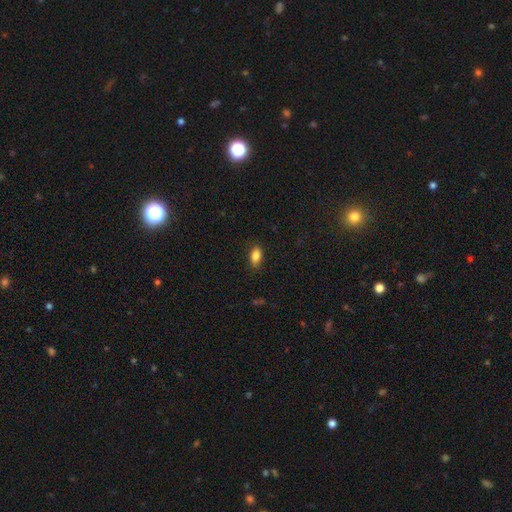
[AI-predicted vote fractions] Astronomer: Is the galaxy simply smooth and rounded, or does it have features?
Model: smooth — 85%.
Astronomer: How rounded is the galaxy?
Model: in between — 88%.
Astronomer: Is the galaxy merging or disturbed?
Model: none — 85%.